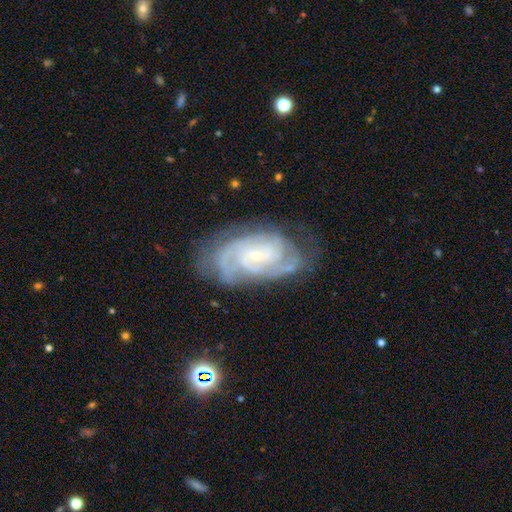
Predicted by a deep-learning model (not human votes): Q: Smooth or featured?
A: featured or disk (88%); runner-up: smooth (6%)
Q: Edge-on disk?
A: no (97%); runner-up: yes (3%)
Q: Bar?
A: no (51%); runner-up: weak (39%)
Q: Spiral arms?
A: yes (97%); runner-up: no (3%)
Q: Spiral winding?
A: tight (65%); runner-up: medium (30%)
Q: Spiral arm count?
A: 2 (31%); runner-up: 3 (26%)
Q: Bulge size?
A: small (75%); runner-up: moderate (18%)
Q: Merging?
A: none (70%); runner-up: minor disturbance (21%)